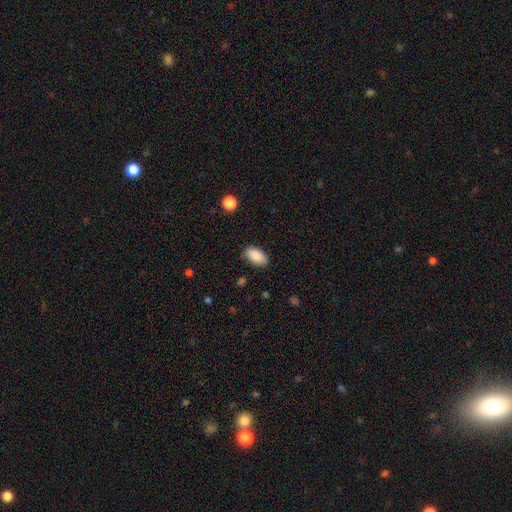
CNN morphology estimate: This appears to be a smooth galaxy with no disk features (88%) that is in between round and cigar-shaped (94%). Merging: none (84%).